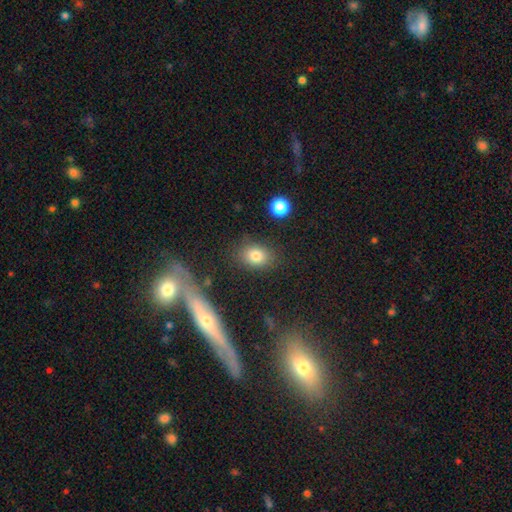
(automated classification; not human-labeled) smooth_or_featured: smooth (p=0.81) [alt: star or artifact p=0.11]
how_rounded: in between (p=0.61) [alt: round p=0.37]
merging: none (p=0.82) [alt: minor disturbance p=0.11]